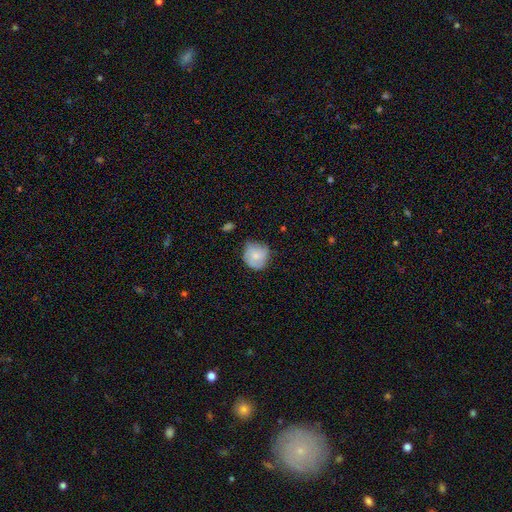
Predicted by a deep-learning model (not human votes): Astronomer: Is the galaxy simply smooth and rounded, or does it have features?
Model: smooth — 70%.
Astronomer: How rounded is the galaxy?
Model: round — 84%.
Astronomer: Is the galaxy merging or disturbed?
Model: none — 56% (runner-up: minor disturbance, 34%).